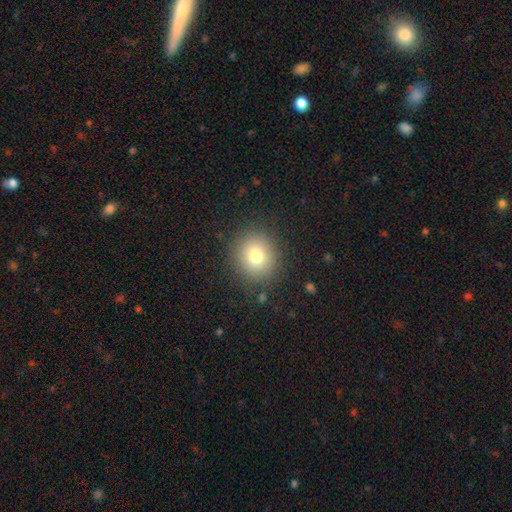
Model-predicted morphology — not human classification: Q: Smooth or featured?
A: smooth (77%); runner-up: star or artifact (13%)
Q: How rounded?
A: round (89%); runner-up: in between (10%)
Q: Merging?
A: none (88%); runner-up: minor disturbance (8%)